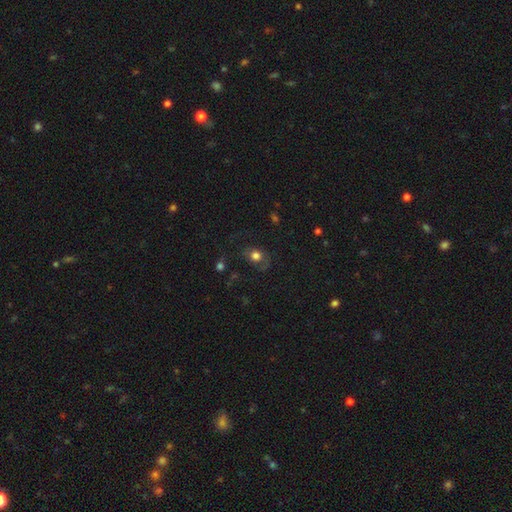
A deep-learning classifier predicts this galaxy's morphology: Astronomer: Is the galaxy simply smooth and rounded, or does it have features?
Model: smooth — 69%.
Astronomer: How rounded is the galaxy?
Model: round — 62%.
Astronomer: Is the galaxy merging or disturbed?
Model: none — 57%.